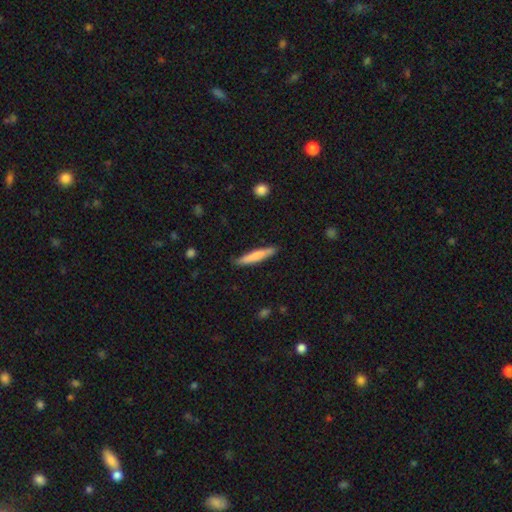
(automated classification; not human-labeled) The model was most divided on "smooth or featured": smooth: 71%, featured or disk: 23%, star or artifact: 5%. More confident: how rounded — cigar-shaped (92%); merging — none (85%).